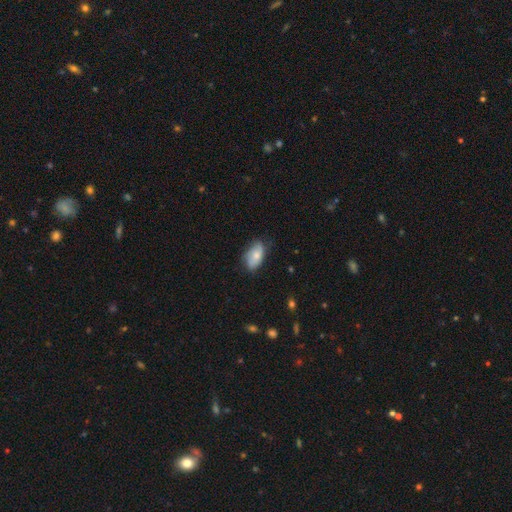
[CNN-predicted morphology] Overall: smooth (73%). How rounded: in between (92%). Merging: none (66%; minor disturbance 27%).